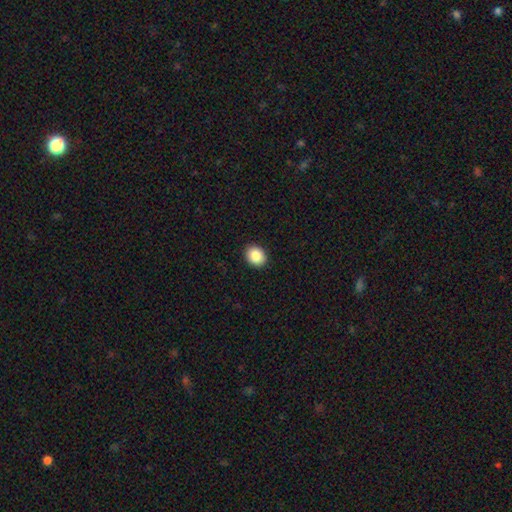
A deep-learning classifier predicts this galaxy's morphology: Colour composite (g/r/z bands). It shows a smooth galaxy with no disk features (87%) that is round (57%). Merging: none (92%).